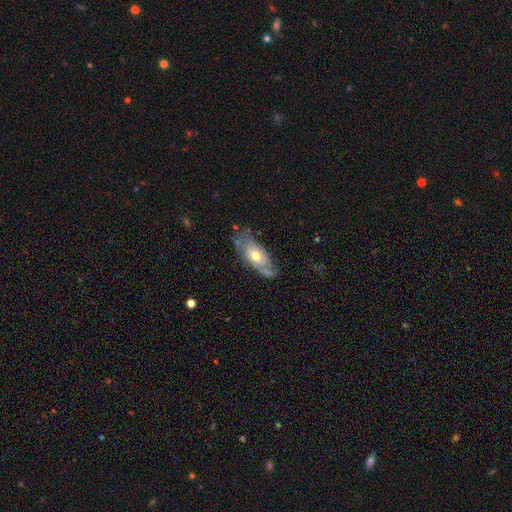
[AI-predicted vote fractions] A featured or disk galaxy (55%).

Vote fractions:
- Smooth or featured? featured or disk: 55% / smooth: 39% / star or artifact: 6%
- Edge-on disk? no: 81% / yes: 19%
- Merging? none: 59% / minor disturbance: 29% / major disturbance: 10% / merger: 2%